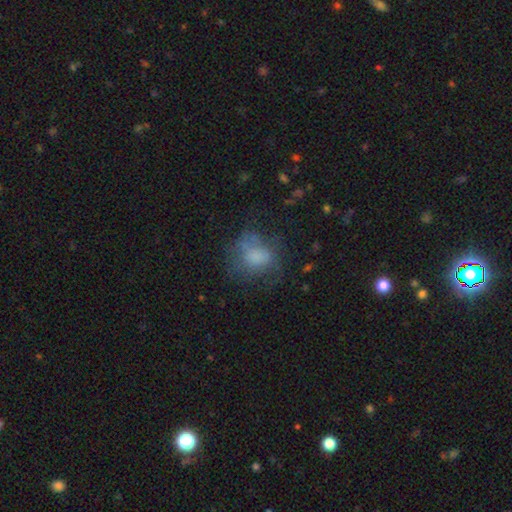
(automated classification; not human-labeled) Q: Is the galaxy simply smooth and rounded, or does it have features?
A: smooth — 64%.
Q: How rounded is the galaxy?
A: round — 58%.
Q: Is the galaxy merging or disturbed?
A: none — 47%.